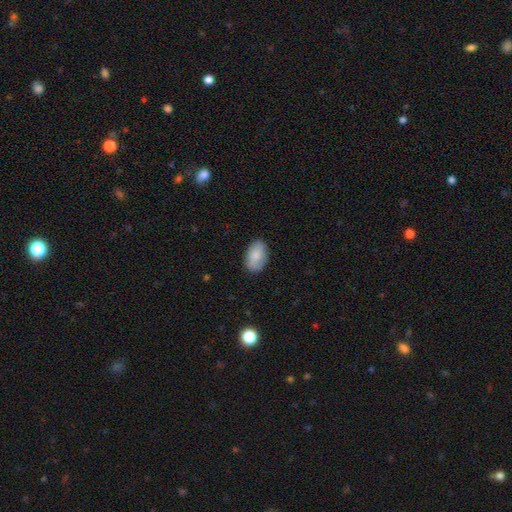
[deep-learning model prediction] smooth-or-featured: smooth: 80% | featured or disk: 14% | star or artifact: 6%
  how-rounded: in between: 92% | round: 7% | cigar-shaped: 2%
  merging: none: 82% | minor disturbance: 14% | major disturbance: 3% | merger: 1%